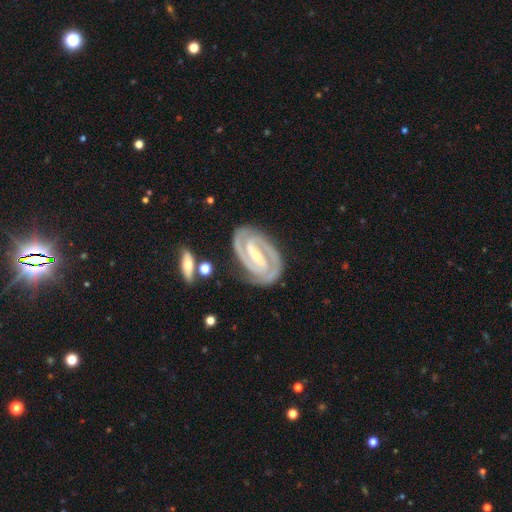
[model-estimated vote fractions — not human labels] This appears to be a featured or disk galaxy (92%) with a strong bar (59%), 2 (85%) tight (64%) spiral arms (98%) and a small central bulge (60%). Merging: none (82%).